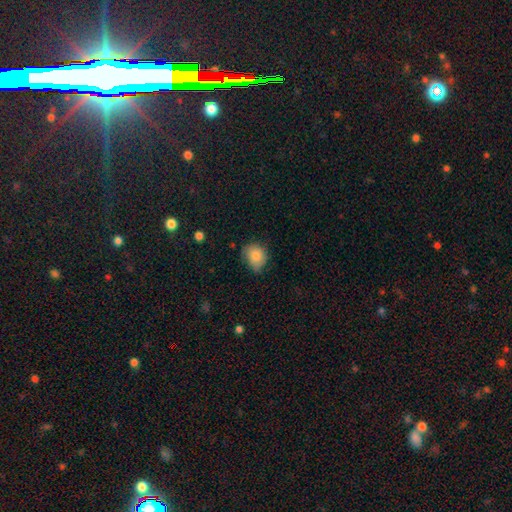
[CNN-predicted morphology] Smooth or featured?
  - smooth: 83% *
  - star or artifact: 9%
  - featured or disk: 9%
How rounded?
  - round: 67% *
  - in between: 32%
  - cigar-shaped: 1%
Merging?
  - none: 56% *
  - minor disturbance: 36%
  - major disturbance: 7%
  - merger: 2%